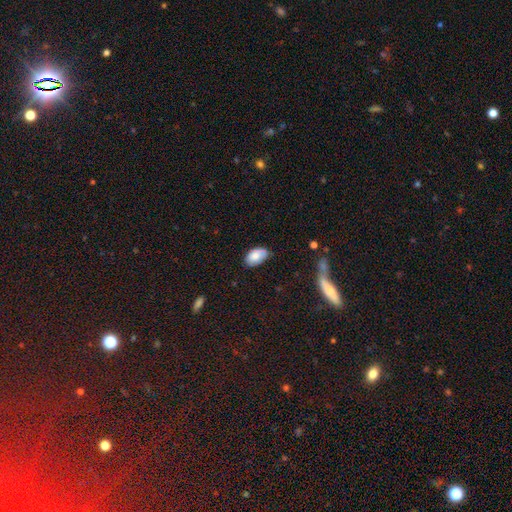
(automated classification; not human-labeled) Morphology: type=smooth (80%); roundness=in between (94%); merging=none (68%).